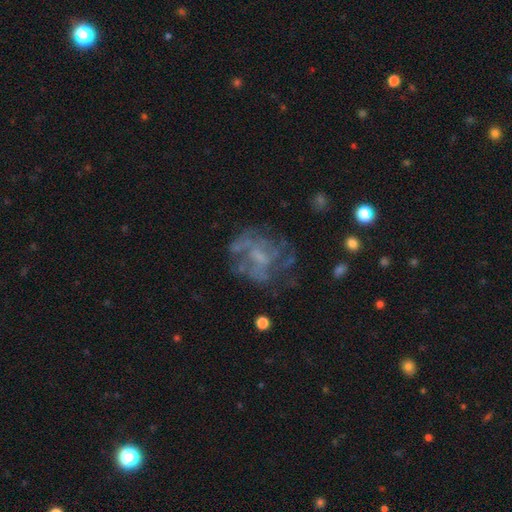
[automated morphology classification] featured or disk 61%, smooth 20%, star or artifact 19%. Down the decision tree: edge-on disk — no (97%); bar — no (69%); spiral arms — no (56%); bulge size — small (36%); merging — none (59%).